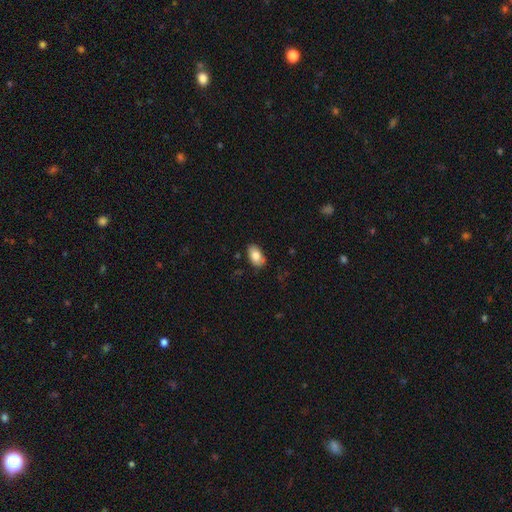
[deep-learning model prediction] This appears to be a smooth galaxy with no disk features (82%) that is in between round and cigar-shaped (93%). Merging: none (83%).